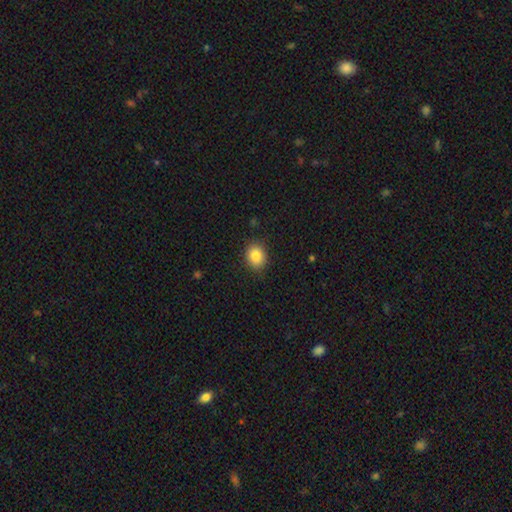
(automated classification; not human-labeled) Smooth or featured? Predicted: smooth (p=0.85). How rounded? Predicted: round (p=0.54). Merging? Predicted: none (p=0.86).